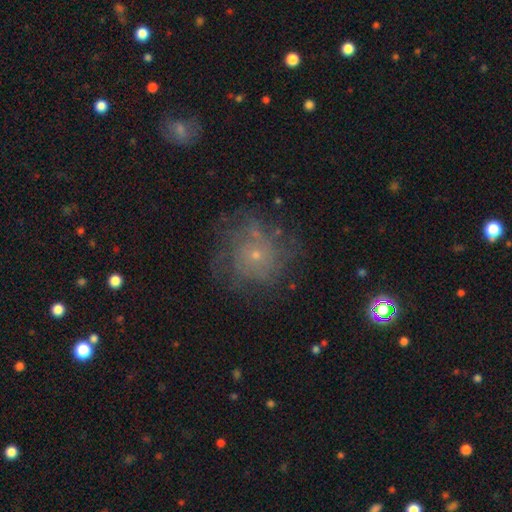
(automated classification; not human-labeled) Overall: featured or disk (51%; smooth 33%). Edge-on disk: no (97%). Merging: none (66%).